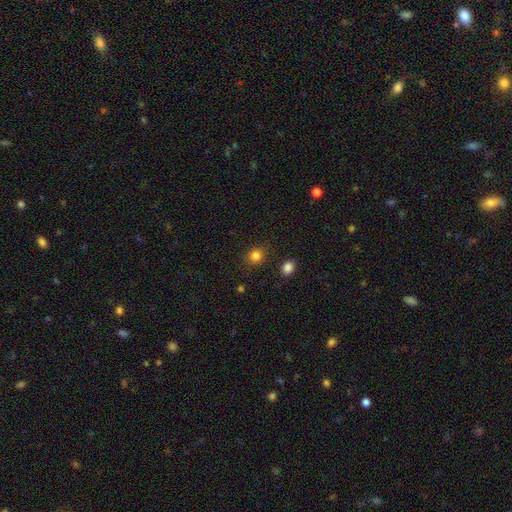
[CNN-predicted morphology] Smooth or featured? Predicted: smooth (p=0.83). How rounded? Predicted: round (p=0.79). Merging? Predicted: none (p=0.86).